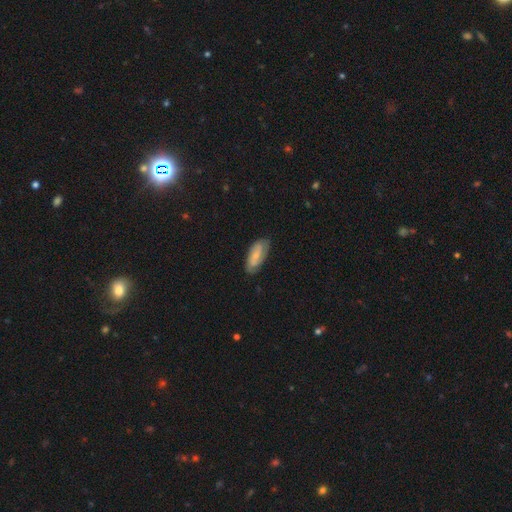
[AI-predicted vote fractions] A smooth galaxy with no disk features (51%) that is in between round and cigar-shaped (83%).

Vote fractions:
- Smooth or featured? smooth: 51% / featured or disk: 43% / star or artifact: 7%
- How rounded? in between: 83% / cigar-shaped: 15% / round: 2%
- Merging? none: 78% / minor disturbance: 17% / major disturbance: 4% / merger: 1%